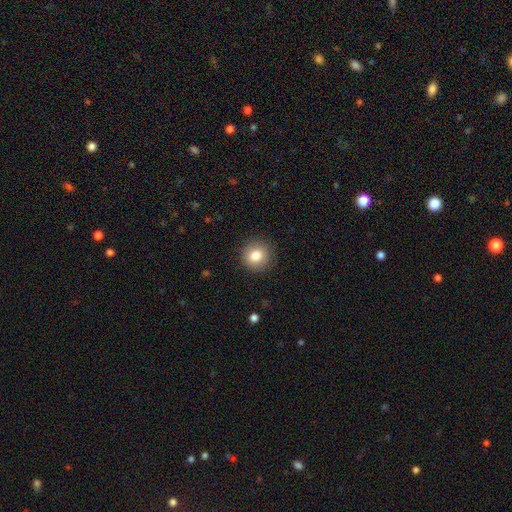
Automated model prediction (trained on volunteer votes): A smooth galaxy with no disk features (82%) that is round (93%).

Vote fractions:
- Smooth or featured? smooth: 82% / star or artifact: 9% / featured or disk: 8%
- How rounded? round: 93% / in between: 6% / cigar-shaped: 1%
- Merging? none: 90% / minor disturbance: 7% / major disturbance: 2% / merger: 1%